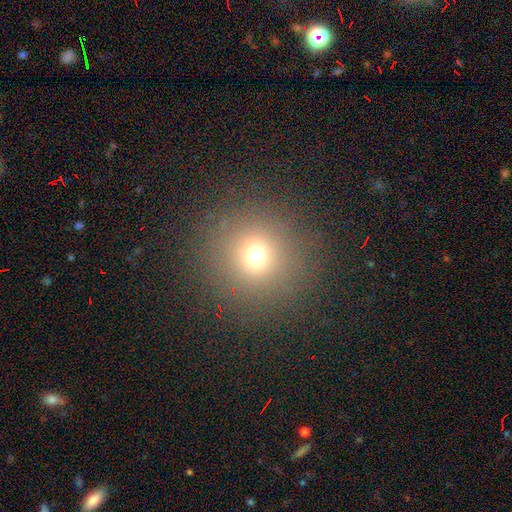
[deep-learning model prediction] Smooth or featured?
  - smooth: 69% *
  - star or artifact: 22%
  - featured or disk: 9%
How rounded?
  - round: 94% *
  - in between: 5%
  - cigar-shaped: 1%
Merging?
  - none: 89% *
  - minor disturbance: 6%
  - major disturbance: 4%
  - merger: 1%